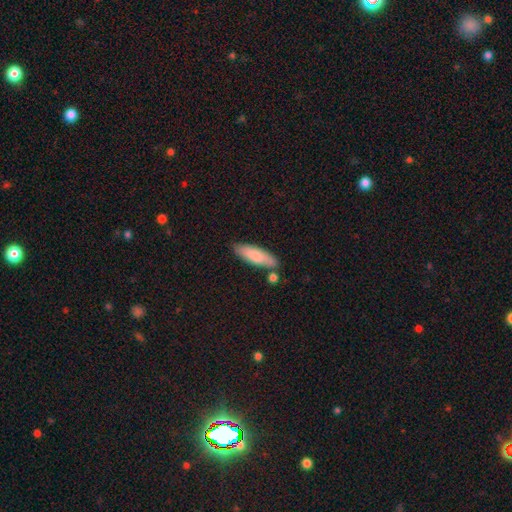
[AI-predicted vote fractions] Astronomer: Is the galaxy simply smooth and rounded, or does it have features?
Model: smooth — 78%.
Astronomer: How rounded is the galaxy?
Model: in between — 50% (runner-up: cigar-shaped, 48%).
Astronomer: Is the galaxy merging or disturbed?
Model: none — 71%.